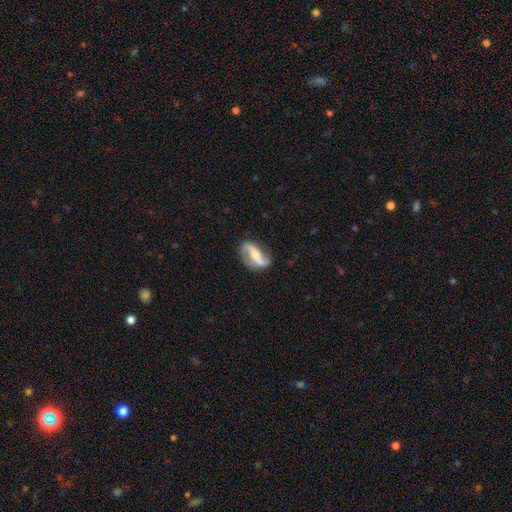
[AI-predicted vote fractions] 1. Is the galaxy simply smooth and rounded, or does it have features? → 81% featured or disk, 13% smooth, 6% star or artifact.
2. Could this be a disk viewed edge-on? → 93% no, 7% yes.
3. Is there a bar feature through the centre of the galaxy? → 49% strong, 27% weak, 23% no.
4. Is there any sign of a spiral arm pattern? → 92% yes, 8% no.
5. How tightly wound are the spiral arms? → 70% loose, 22% medium, 8% tight.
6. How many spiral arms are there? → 90% 2, 4% 1, 3% can't tell, 1% 3, 1% 4, 1% more than 4.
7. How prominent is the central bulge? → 44% moderate, 43% small, 6% none, 5% large, 2% dominant.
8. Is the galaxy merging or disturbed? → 71% none, 18% minor disturbance, 9% major disturbance, 2% merger.